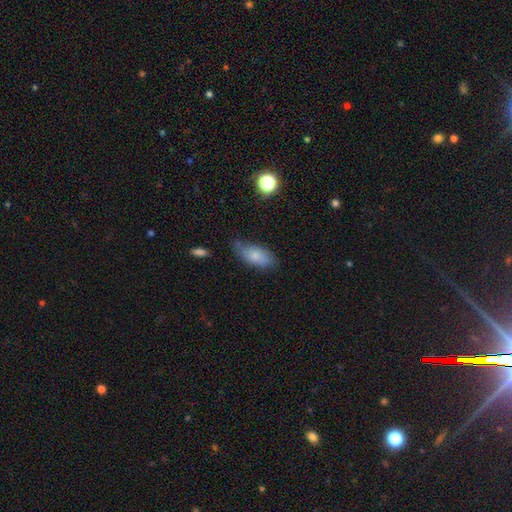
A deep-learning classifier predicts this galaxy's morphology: This appears to be a smooth galaxy with no disk features (75%) that is in between round and cigar-shaped (90%). Merging: none (58%).